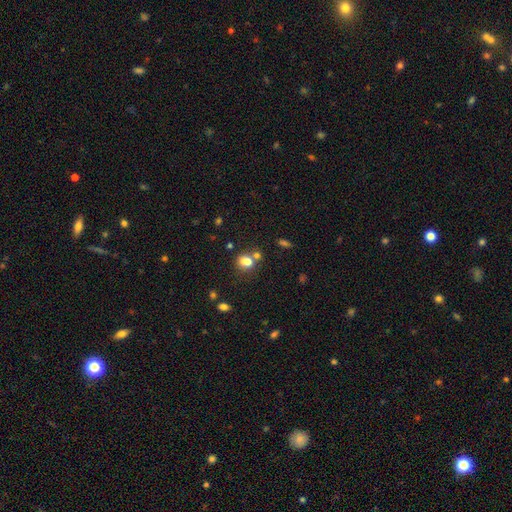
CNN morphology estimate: Smooth or featured? Predicted: smooth (p=0.65). How rounded? Predicted: round (p=0.72). Merging? Predicted: none (p=0.66).